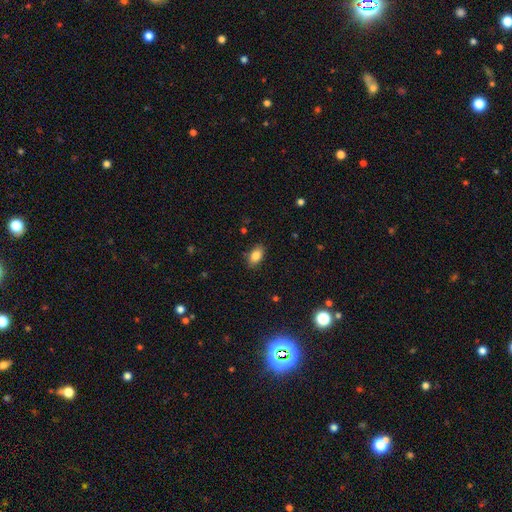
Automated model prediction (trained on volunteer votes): Smooth or featured? smooth (84%)
How rounded? in between (90%)
Merging? none (85%)